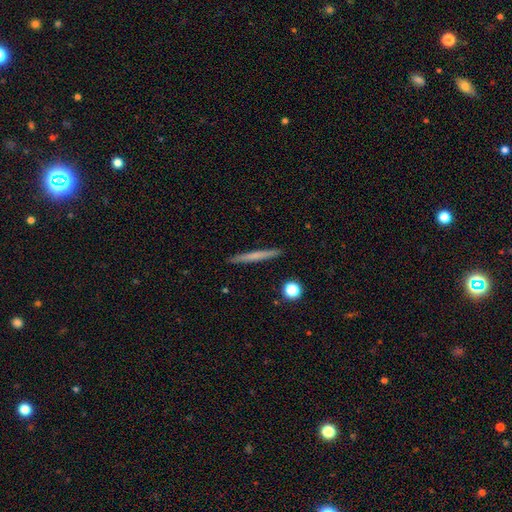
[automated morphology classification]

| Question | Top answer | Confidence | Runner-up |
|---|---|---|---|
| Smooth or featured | smooth | 57% | featured or disk (37%) |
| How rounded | cigar-shaped | 96% | in between (2%) |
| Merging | none | 92% | minor disturbance (6%) |